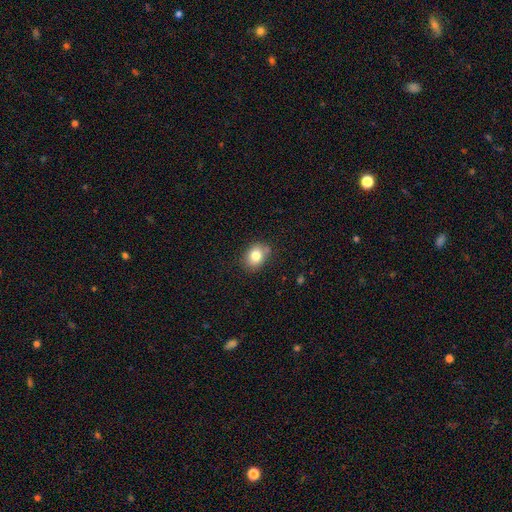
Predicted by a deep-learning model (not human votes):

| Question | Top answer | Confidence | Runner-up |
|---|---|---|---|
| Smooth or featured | smooth | 80% | featured or disk (10%) |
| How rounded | in between | 59% | round (40%) |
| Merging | none | 78% | minor disturbance (16%) |